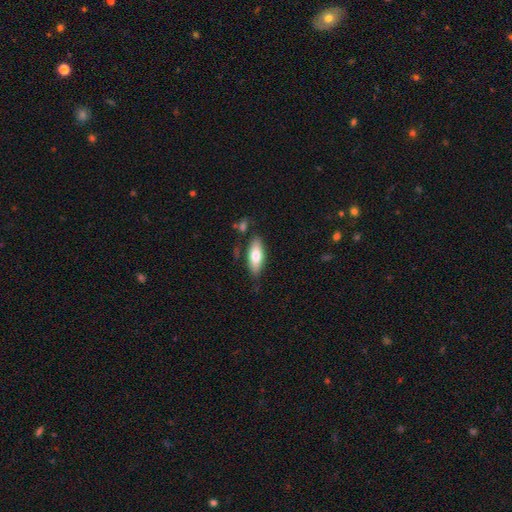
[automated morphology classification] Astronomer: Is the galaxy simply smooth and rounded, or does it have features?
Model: smooth — 73%.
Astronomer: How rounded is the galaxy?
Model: in between — 72%.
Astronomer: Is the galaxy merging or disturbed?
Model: none — 79%.